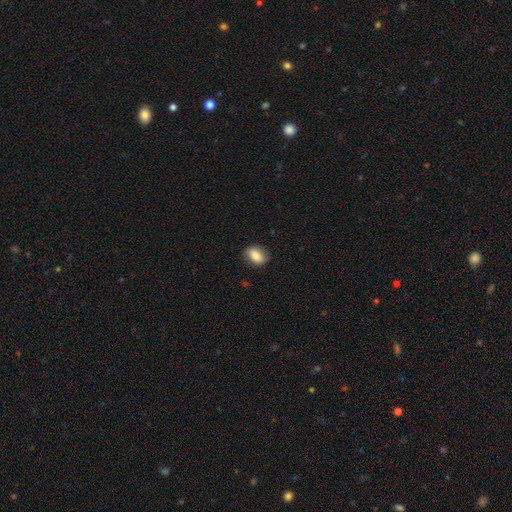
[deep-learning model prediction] smooth-or-featured: smooth: 78% | featured or disk: 15% | star or artifact: 7%
  how-rounded: in between: 79% | round: 19% | cigar-shaped: 2%
  merging: none: 81% | minor disturbance: 14% | major disturbance: 3% | merger: 1%